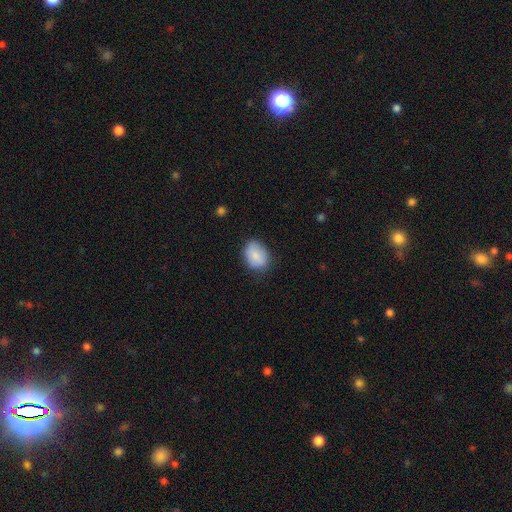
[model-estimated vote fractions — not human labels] Morphology: type=smooth (84%); roundness=in between (71%); merging=none (78%).